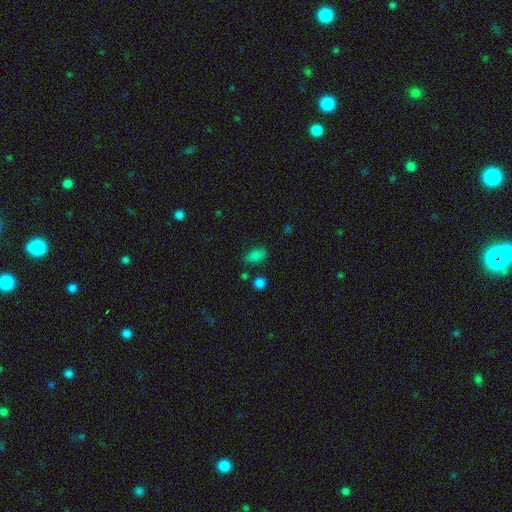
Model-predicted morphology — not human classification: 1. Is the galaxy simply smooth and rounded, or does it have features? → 78% smooth, 15% star or artifact, 8% featured or disk.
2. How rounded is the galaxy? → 82% in between, 16% round, 2% cigar-shaped.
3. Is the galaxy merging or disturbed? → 64% none, 23% minor disturbance, 7% major disturbance, 5% merger.